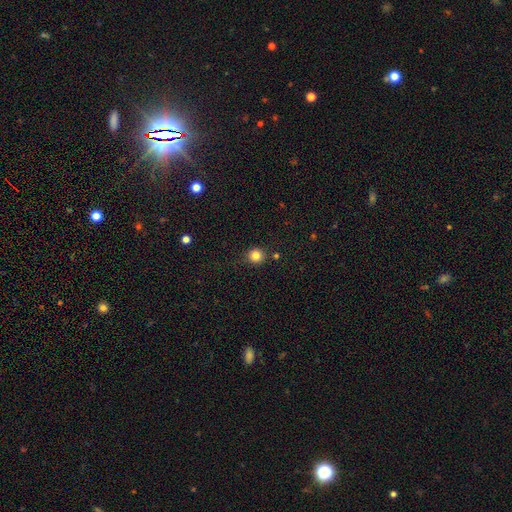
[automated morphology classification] Smooth or featured: smooth — 83% (star or artifact — 12%)
How rounded: round — 93% (in between — 6%)
Merging: none — 87% (minor disturbance — 8%)